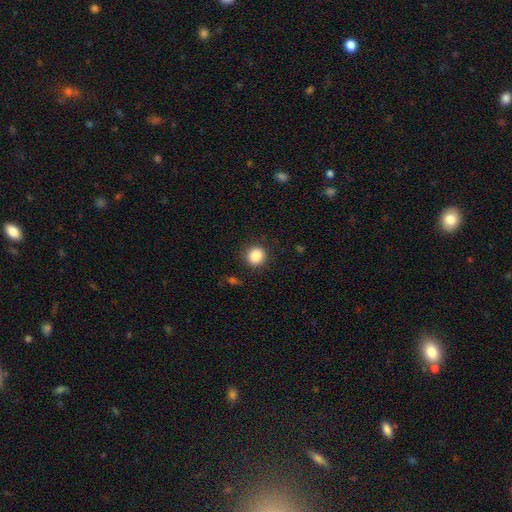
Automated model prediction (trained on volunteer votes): Smooth or featured?
  - smooth: 86% *
  - star or artifact: 10%
  - featured or disk: 4%
How rounded?
  - round: 93% *
  - in between: 6%
  - cigar-shaped: 1%
Merging?
  - none: 89% *
  - minor disturbance: 7%
  - major disturbance: 2%
  - merger: 1%